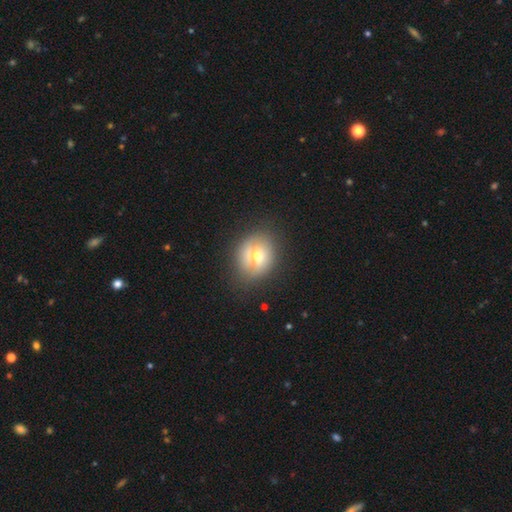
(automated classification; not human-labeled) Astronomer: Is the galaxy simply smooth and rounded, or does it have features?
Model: smooth — 53% (runner-up: featured or disk, 36%).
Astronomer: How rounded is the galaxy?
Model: round — 75%.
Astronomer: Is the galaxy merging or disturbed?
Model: none — 73%.